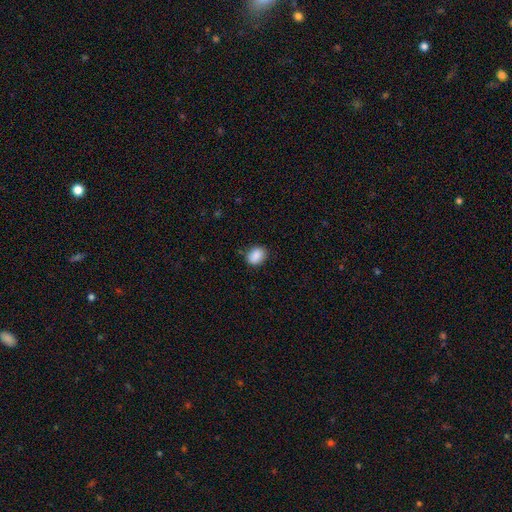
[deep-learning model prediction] The model was most divided on "how rounded": in between: 56%, round: 43%, cigar-shaped: 1%. More confident: smooth or featured — smooth (87%); merging — none (82%).